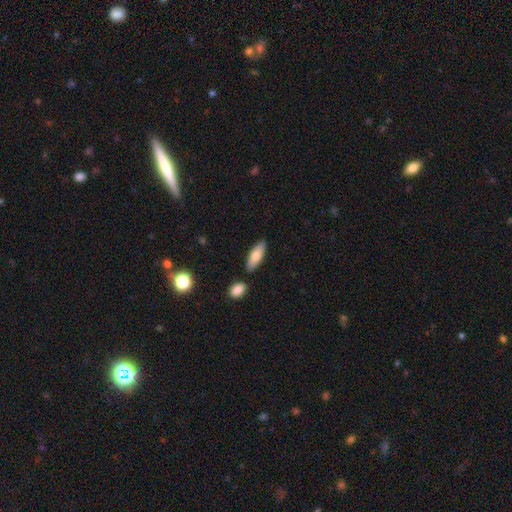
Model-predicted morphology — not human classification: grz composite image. It shows a smooth galaxy with no disk features (75%) that is in between round and cigar-shaped (64%). Merging: none (83%).